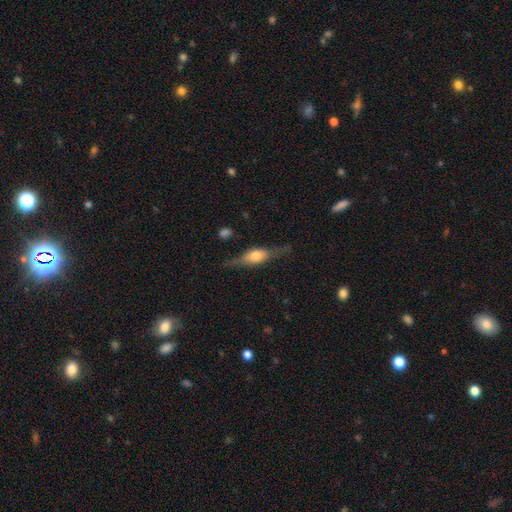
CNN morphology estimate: Smooth or featured? Predicted: featured or disk (p=0.59). Edge-on disk? Predicted: yes (p=0.89). Edge-on bulge? Predicted: rounded (p=0.88). Merging? Predicted: none (p=0.72).